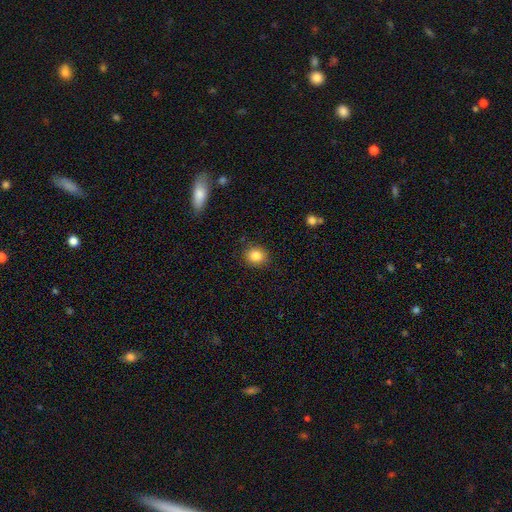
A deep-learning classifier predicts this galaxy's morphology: Smooth or featured: smooth — 85% (star or artifact — 10%)
How rounded: round — 78% (in between — 21%)
Merging: none — 89% (minor disturbance — 8%)